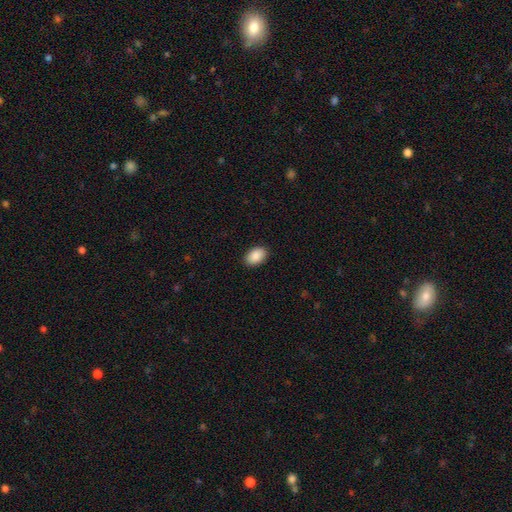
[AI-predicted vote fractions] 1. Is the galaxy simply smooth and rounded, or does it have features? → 89% smooth, 7% star or artifact, 4% featured or disk.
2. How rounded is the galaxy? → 88% in between, 11% round, 1% cigar-shaped.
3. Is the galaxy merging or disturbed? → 90% none, 7% minor disturbance, 2% major disturbance, 1% merger.